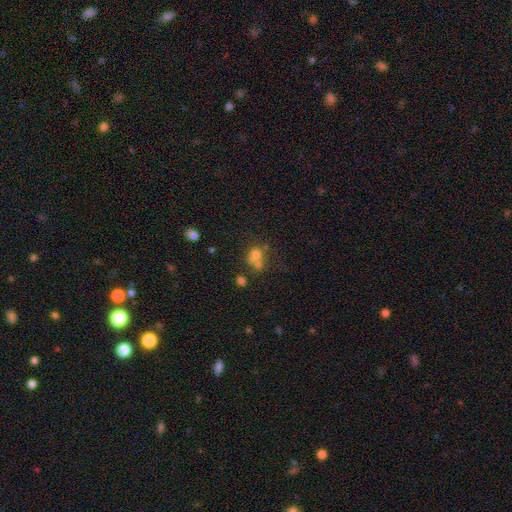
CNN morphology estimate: Overall: smooth (60%). How rounded: round (79%). Merging: merger (47%; none 40%).